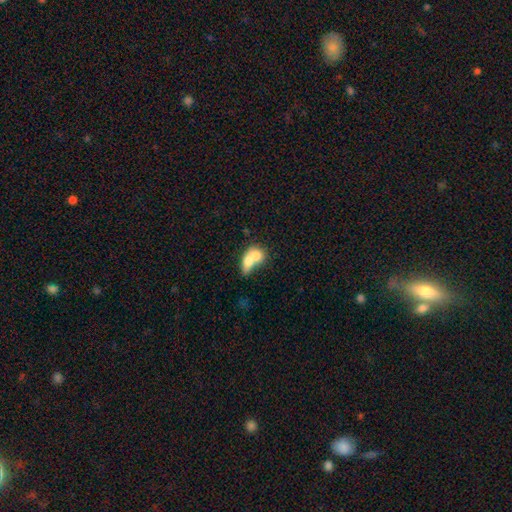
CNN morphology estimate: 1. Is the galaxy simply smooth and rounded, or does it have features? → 68% smooth, 24% featured or disk, 8% star or artifact.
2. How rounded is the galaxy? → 63% in between, 34% round, 3% cigar-shaped.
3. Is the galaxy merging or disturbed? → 76% merger, 13% none, 6% minor disturbance, 5% major disturbance.